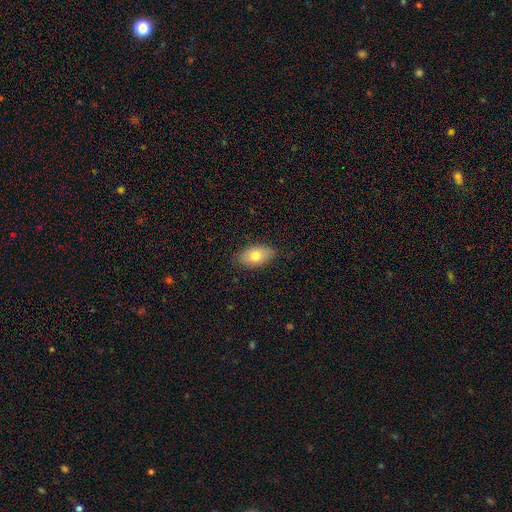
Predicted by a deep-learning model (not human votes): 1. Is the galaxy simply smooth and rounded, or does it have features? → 75% smooth, 18% featured or disk, 7% star or artifact.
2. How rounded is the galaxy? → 92% in between, 5% round, 4% cigar-shaped.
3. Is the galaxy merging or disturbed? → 84% none, 12% minor disturbance, 2% major disturbance, 1% merger.